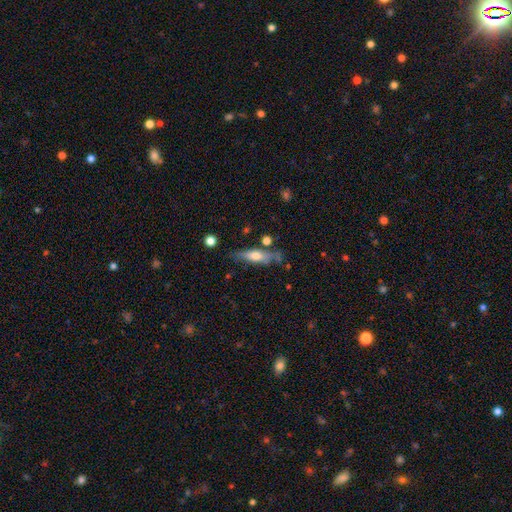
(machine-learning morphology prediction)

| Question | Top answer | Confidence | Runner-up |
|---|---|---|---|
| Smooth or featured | smooth | 48% | featured or disk (45%) |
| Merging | none | 68% | minor disturbance (20%) |